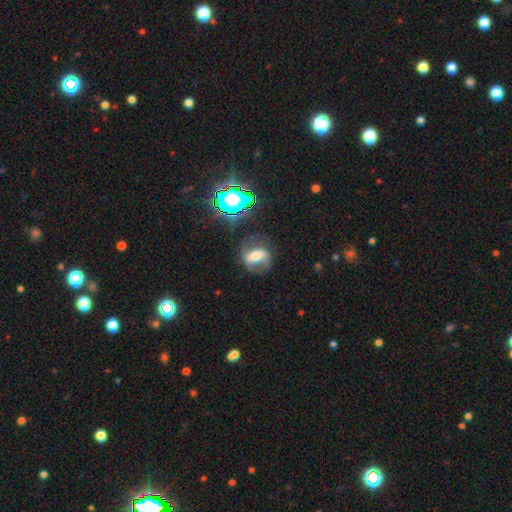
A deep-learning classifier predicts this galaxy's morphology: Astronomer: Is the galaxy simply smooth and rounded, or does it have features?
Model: featured or disk — 58%.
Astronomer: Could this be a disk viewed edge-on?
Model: no — 91%.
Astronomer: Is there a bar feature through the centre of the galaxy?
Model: strong — 49% (runner-up: weak, 29%).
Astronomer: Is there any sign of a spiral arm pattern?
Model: yes — 75%.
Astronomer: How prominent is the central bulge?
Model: moderate — 53%.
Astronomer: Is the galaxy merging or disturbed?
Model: none — 65%.